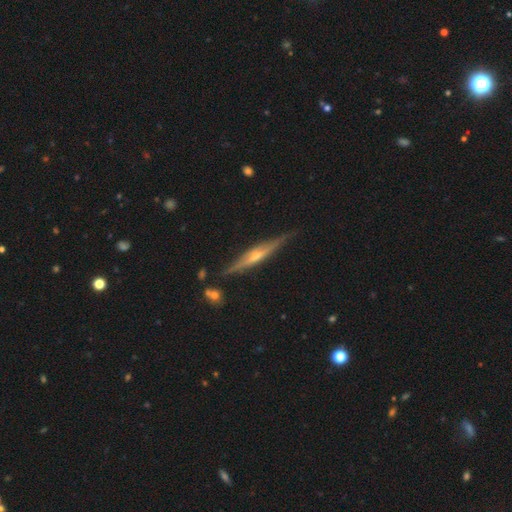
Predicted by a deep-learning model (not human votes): Q: Smooth or featured?
A: featured or disk (78%); runner-up: smooth (15%)
Q: Edge-on disk?
A: yes (97%); runner-up: no (3%)
Q: Edge-on bulge?
A: rounded (78%); runner-up: none (14%)
Q: Merging?
A: none (84%); runner-up: minor disturbance (11%)